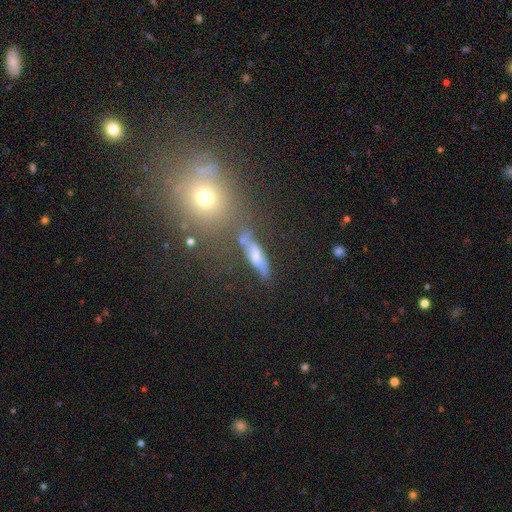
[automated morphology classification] type=smooth (47%); merging=none (58%).